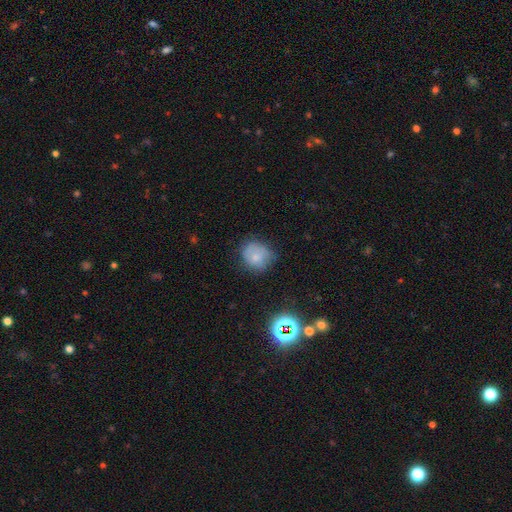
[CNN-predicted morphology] This is likely a smooth galaxy (73%). How rounded: likely round (75%). Merging: possibly none (58%).